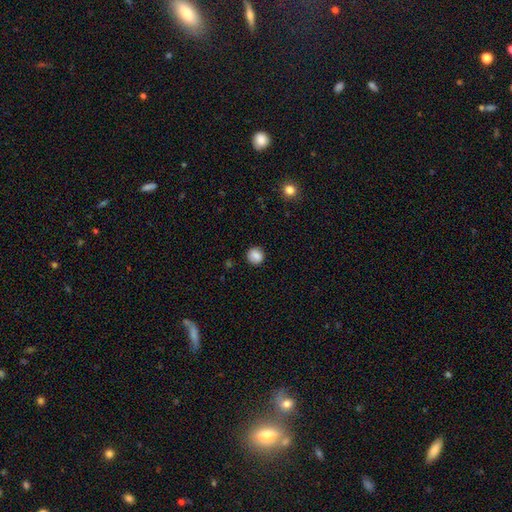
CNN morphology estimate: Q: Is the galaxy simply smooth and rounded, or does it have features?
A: smooth — 86%.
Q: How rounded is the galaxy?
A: round — 89%.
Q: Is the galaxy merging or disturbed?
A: none — 87%.